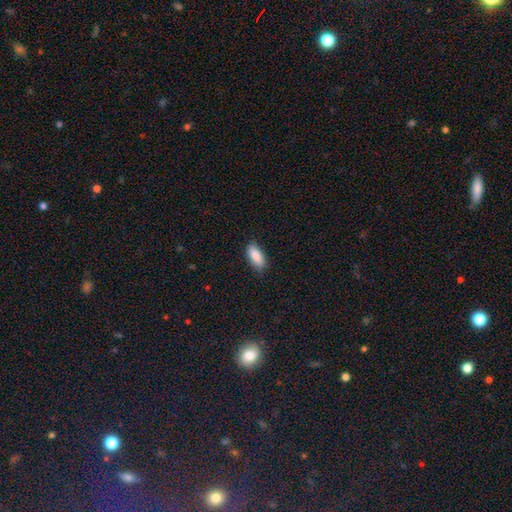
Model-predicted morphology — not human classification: type=smooth (86%); roundness=in between (80%); merging=none (83%).